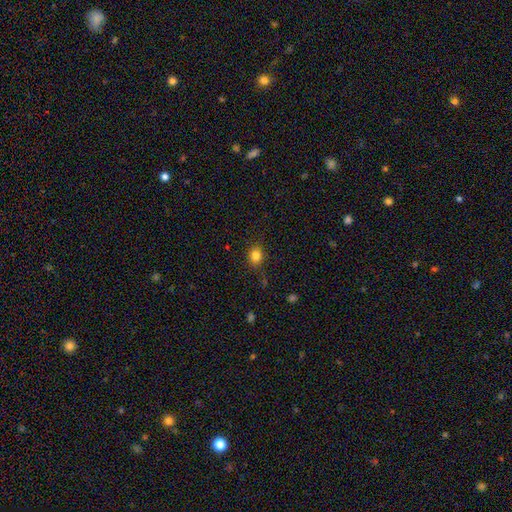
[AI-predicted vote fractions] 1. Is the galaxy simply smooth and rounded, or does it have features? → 82% smooth, 12% star or artifact, 6% featured or disk.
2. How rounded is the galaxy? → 70% round, 29% in between, 1% cigar-shaped.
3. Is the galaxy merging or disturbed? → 84% none, 12% minor disturbance, 3% major disturbance, 1% merger.